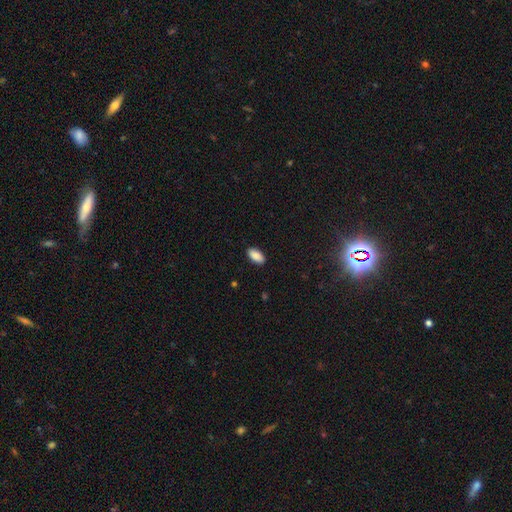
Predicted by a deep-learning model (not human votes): smooth-or-featured: smooth: 90% | star or artifact: 6% | featured or disk: 4%
  how-rounded: in between: 93% | cigar-shaped: 4% | round: 2%
  merging: none: 89% | minor disturbance: 8% | major disturbance: 2% | merger: 1%